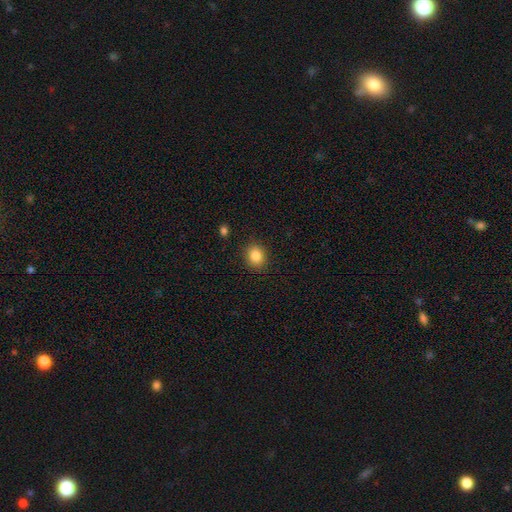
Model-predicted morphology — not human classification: type=smooth (85%); roundness=round (62%); merging=none (88%).